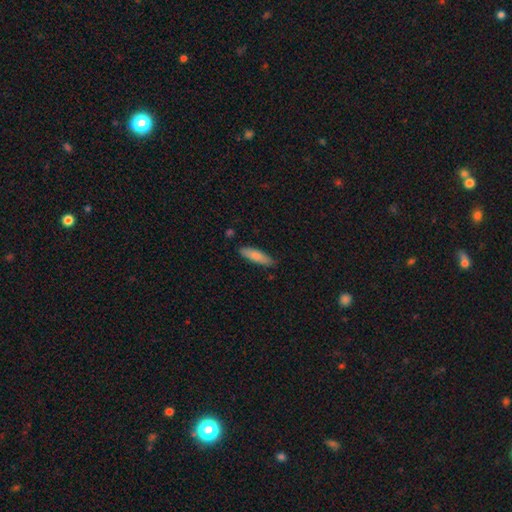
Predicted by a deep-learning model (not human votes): smooth_or_featured: smooth (p=0.83) [alt: featured or disk p=0.11]
how_rounded: cigar-shaped (p=0.62) [alt: in between p=0.37]
merging: none (p=0.82) [alt: minor disturbance p=0.14]